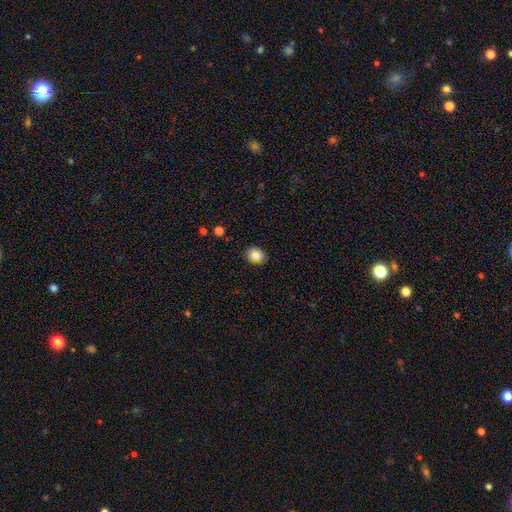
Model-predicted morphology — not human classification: Smooth or featured? Predicted: smooth (p=0.86). How rounded? Predicted: in between (p=0.53). Merging? Predicted: none (p=0.84).